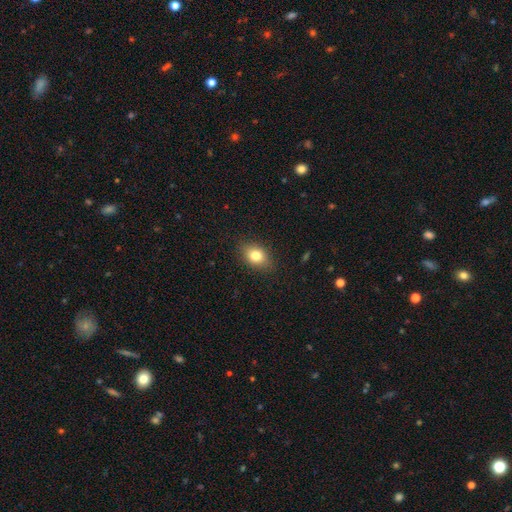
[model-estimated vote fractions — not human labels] A smooth galaxy with no disk features (80%) that is in between round and cigar-shaped (67%).

Vote fractions:
- Smooth or featured? smooth: 80% / featured or disk: 10% / star or artifact: 10%
- How rounded? in between: 67% / round: 31% / cigar-shaped: 2%
- Merging? none: 85% / minor disturbance: 11% / major disturbance: 3% / merger: 1%